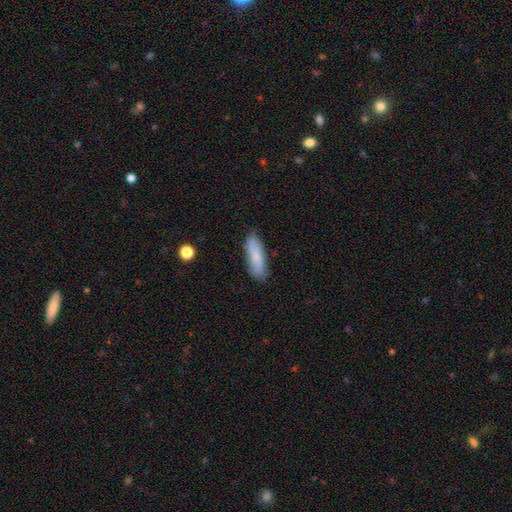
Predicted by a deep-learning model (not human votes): Smooth or featured?
  - smooth: 82% *
  - featured or disk: 12%
  - star or artifact: 7%
How rounded?
  - cigar-shaped: 53% *
  - in between: 45%
  - round: 2%
Merging?
  - none: 81% *
  - minor disturbance: 15%
  - major disturbance: 3%
  - merger: 1%